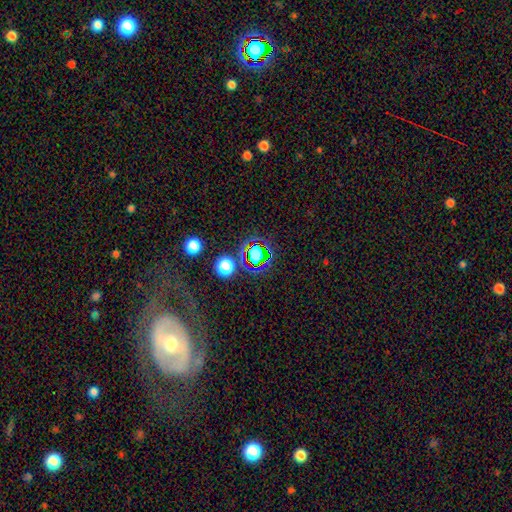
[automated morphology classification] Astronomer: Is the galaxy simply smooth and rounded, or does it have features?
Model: star or artifact — 63%.